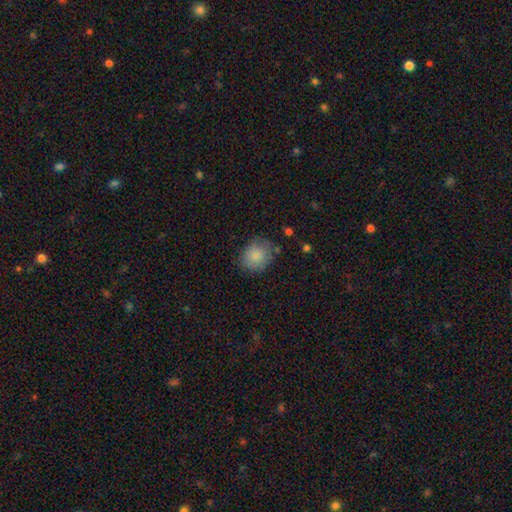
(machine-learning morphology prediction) smooth-or-featured: smooth: 84% | featured or disk: 8% | star or artifact: 8%
  how-rounded: round: 66% | in between: 33% | cigar-shaped: 1%
  merging: none: 73% | minor disturbance: 20% | major disturbance: 5% | merger: 2%